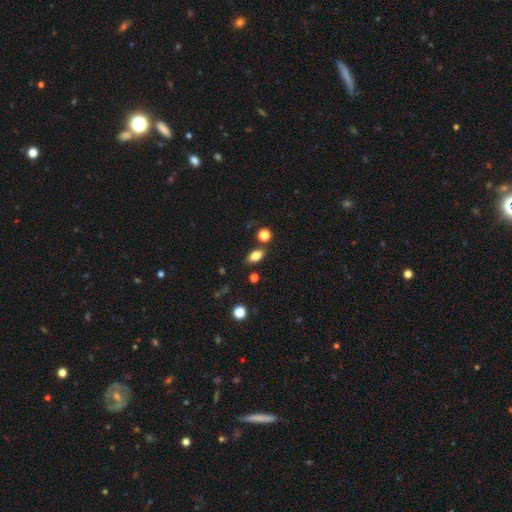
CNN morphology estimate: smooth 79%, featured or disk 10%, star or artifact 10%. Down the decision tree: how rounded — in between (84%); merging — none (81%).